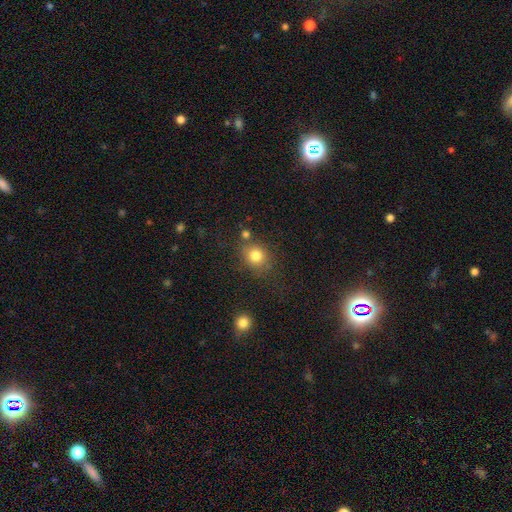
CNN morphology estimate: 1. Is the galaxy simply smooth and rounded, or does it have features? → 81% smooth, 12% star or artifact, 7% featured or disk.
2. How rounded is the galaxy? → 76% round, 23% in between, 1% cigar-shaped.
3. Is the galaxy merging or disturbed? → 72% none, 14% minor disturbance, 8% merger, 5% major disturbance.